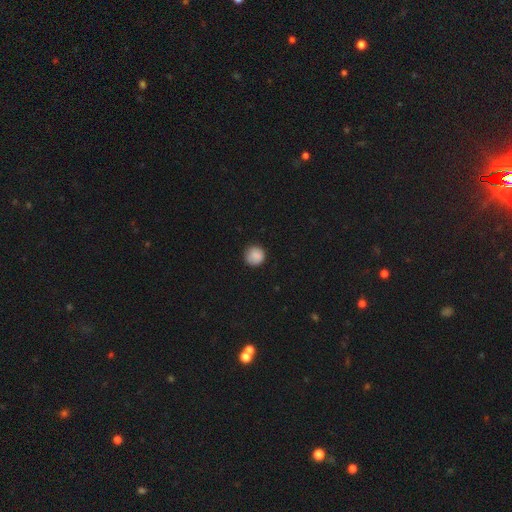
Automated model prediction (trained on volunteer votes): Overall: smooth (87%). How rounded: round (94%). Merging: none (86%).